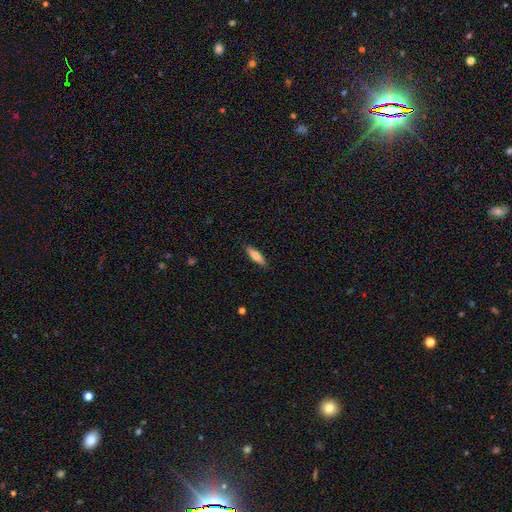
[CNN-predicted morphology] This is likely a smooth galaxy (69%). How rounded: likely cigar-shaped (66%). Merging: clearly none (87%).